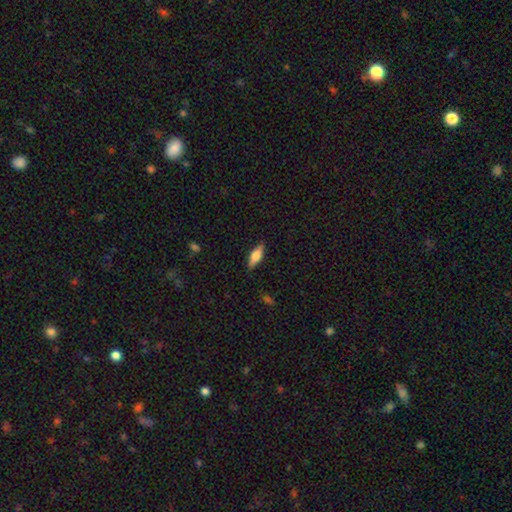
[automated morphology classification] smooth_or_featured: smooth (p=0.62) [alt: featured or disk p=0.32]
how_rounded: in between (p=0.56) [alt: cigar-shaped p=0.42]
merging: none (p=0.86) [alt: minor disturbance p=0.10]